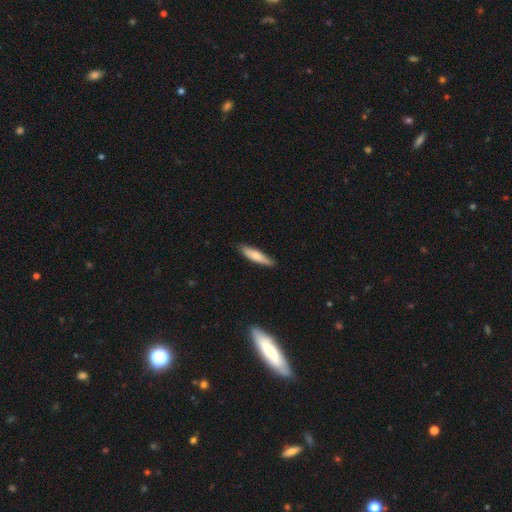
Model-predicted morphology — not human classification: smooth_or_featured: smooth (p=0.74) [alt: featured or disk p=0.21]
how_rounded: cigar-shaped (p=0.78) [alt: in between p=0.21]
merging: none (p=0.84) [alt: minor disturbance p=0.13]